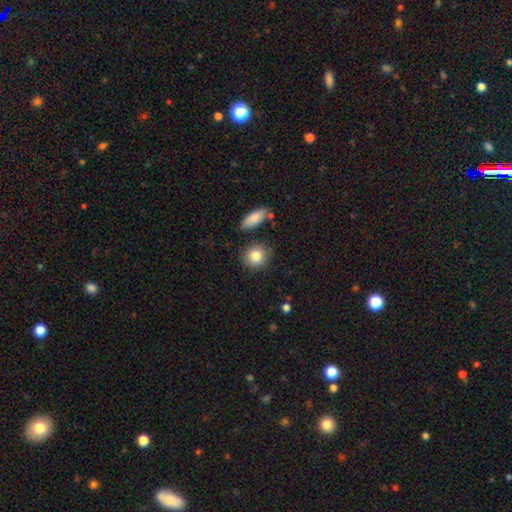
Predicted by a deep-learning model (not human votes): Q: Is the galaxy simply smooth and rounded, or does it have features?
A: smooth — 84%.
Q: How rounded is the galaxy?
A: round — 82%.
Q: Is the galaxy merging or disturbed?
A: none — 81%.